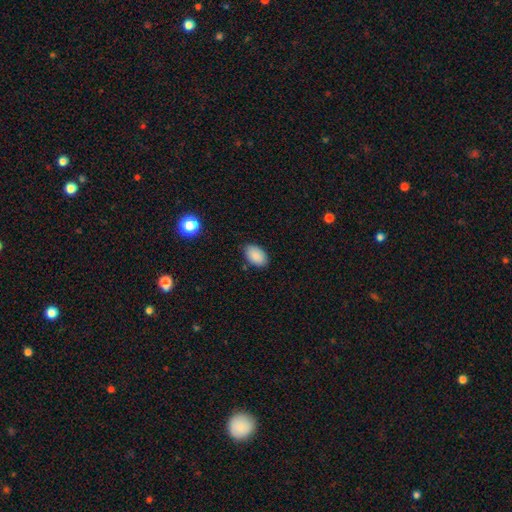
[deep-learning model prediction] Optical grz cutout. It shows a smooth galaxy with no disk features (88%) that is in between round and cigar-shaped (92%). Merging: none (83%).